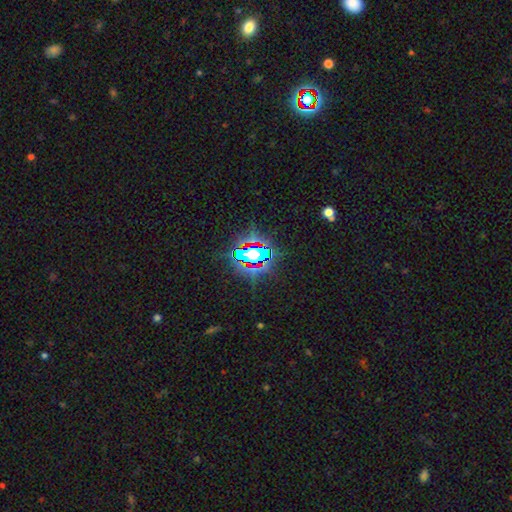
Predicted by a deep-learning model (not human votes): The model was most divided on "smooth or featured": star or artifact: 72%, smooth: 15%, featured or disk: 13%.